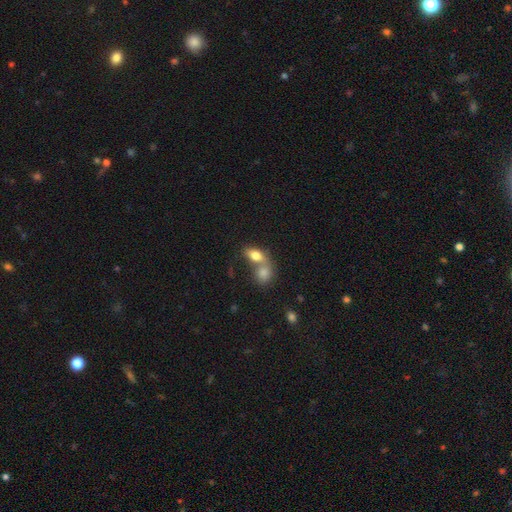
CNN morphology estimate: This is likely a smooth galaxy (78%). How rounded: likely in between (80%). Merging: likely merger (65%).